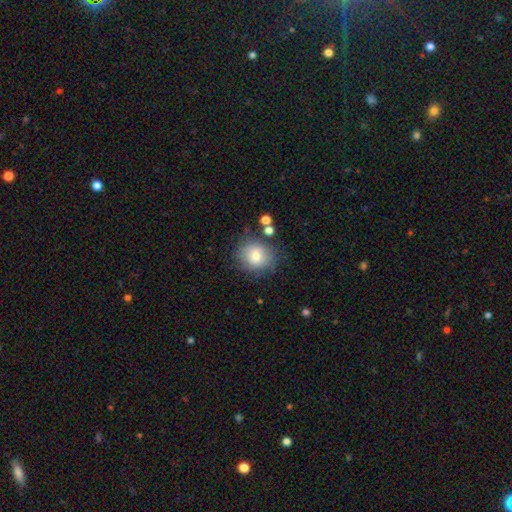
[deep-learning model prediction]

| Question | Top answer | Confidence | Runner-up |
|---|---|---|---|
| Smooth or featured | smooth | 74% | featured or disk (16%) |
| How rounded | round | 77% | in between (22%) |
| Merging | none | 73% | minor disturbance (16%) |